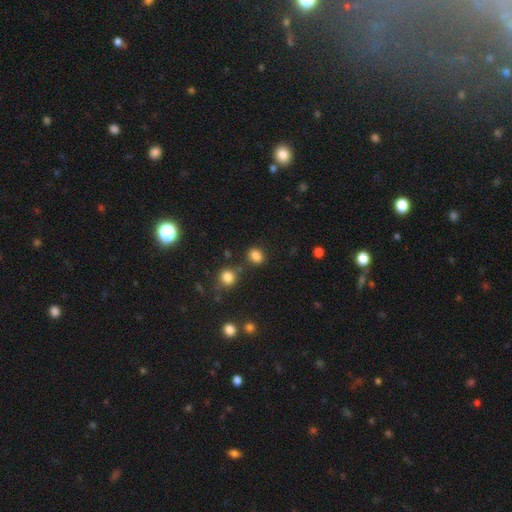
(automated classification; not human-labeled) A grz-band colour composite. It shows a smooth galaxy with no disk features (83%) that is in between round and cigar-shaped (59%). Merging: none (78%).